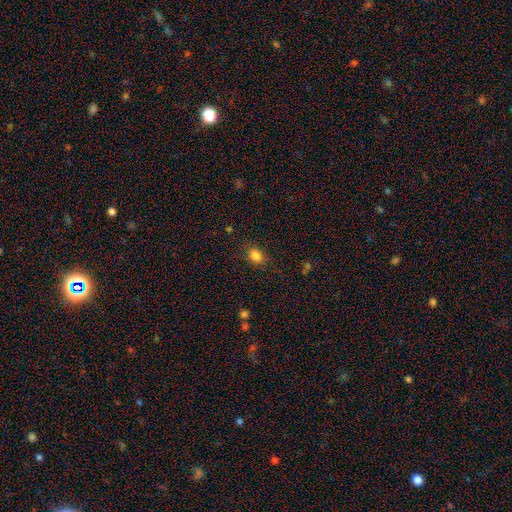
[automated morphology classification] This appears to be a smooth galaxy with no disk features (84%) that is in between round and cigar-shaped (65%). Merging: none (81%).